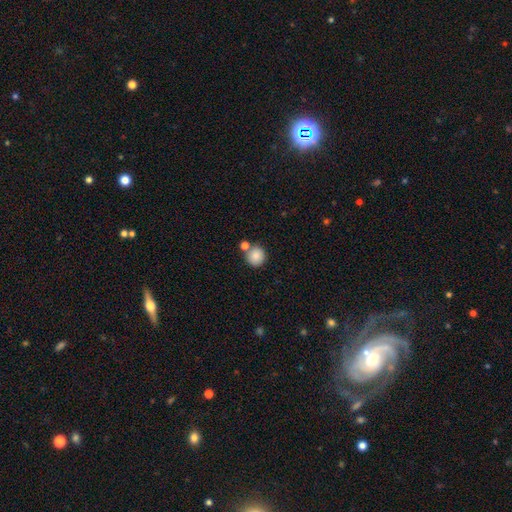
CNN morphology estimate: Smooth or featured?
  - smooth: 84% *
  - star or artifact: 9%
  - featured or disk: 7%
How rounded?
  - round: 92% *
  - in between: 7%
  - cigar-shaped: 1%
Merging?
  - none: 68% *
  - merger: 20%
  - minor disturbance: 9%
  - major disturbance: 3%